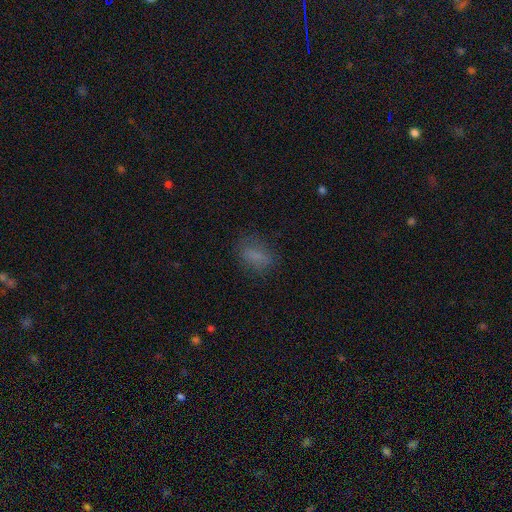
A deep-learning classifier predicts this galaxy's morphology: A smooth galaxy with no disk features (75%) that is in between round and cigar-shaped (77%).

Vote fractions:
- Smooth or featured? smooth: 75% / star or artifact: 13% / featured or disk: 12%
- How rounded? in between: 77% / round: 13% / cigar-shaped: 11%
- Merging? none: 72% / minor disturbance: 17% / major disturbance: 10% / merger: 1%